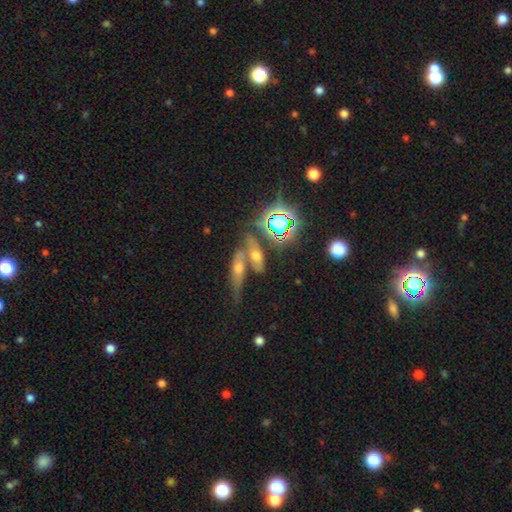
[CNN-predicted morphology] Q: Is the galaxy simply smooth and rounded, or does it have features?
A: smooth — 46%.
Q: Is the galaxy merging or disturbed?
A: merger — 42%.